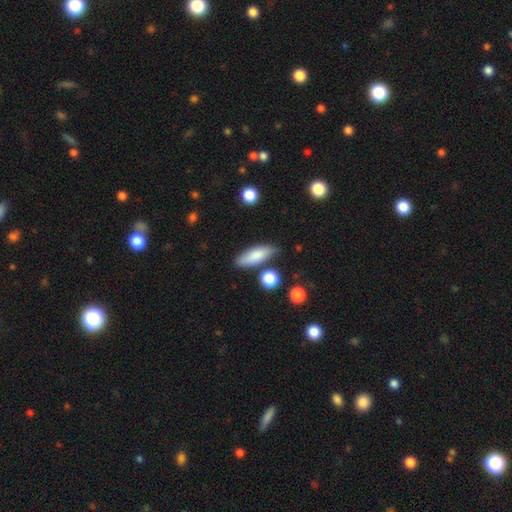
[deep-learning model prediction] Q: Smooth or featured?
A: smooth (80%); runner-up: featured or disk (14%)
Q: How rounded?
A: in between (62%); runner-up: cigar-shaped (35%)
Q: Merging?
A: none (75%); runner-up: minor disturbance (15%)